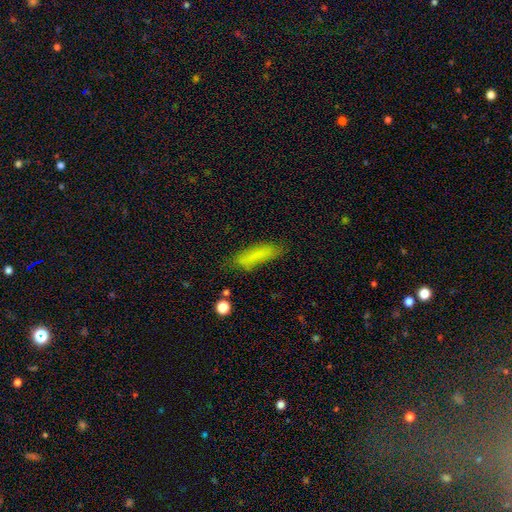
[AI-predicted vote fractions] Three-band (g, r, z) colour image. It shows a smooth galaxy with no disk features (78%) that is cigar-shaped (68%). Merging: none (71%).